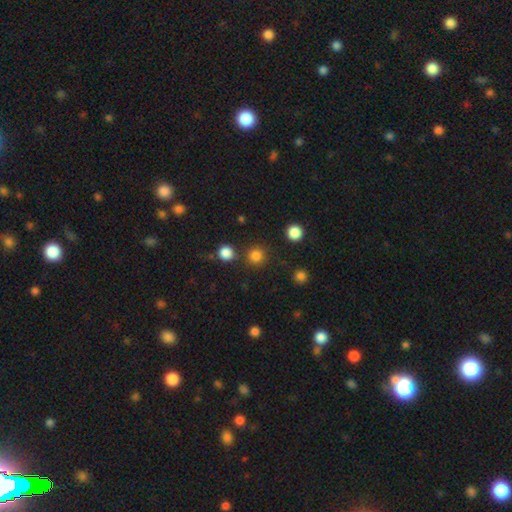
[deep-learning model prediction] Smooth or featured?
  - smooth: 83% *
  - star or artifact: 14%
  - featured or disk: 4%
How rounded?
  - round: 94% *
  - in between: 5%
  - cigar-shaped: 1%
Merging?
  - none: 84% *
  - merger: 6%
  - minor disturbance: 6%
  - major disturbance: 3%